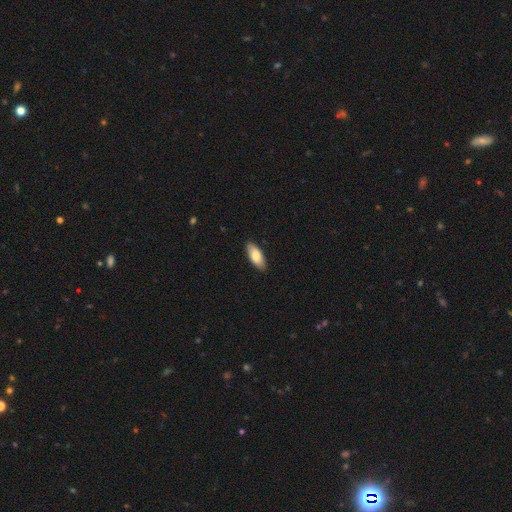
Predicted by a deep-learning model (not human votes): A smooth galaxy with no disk features (81%) that is in between round and cigar-shaped (84%). Merging: none (87%).